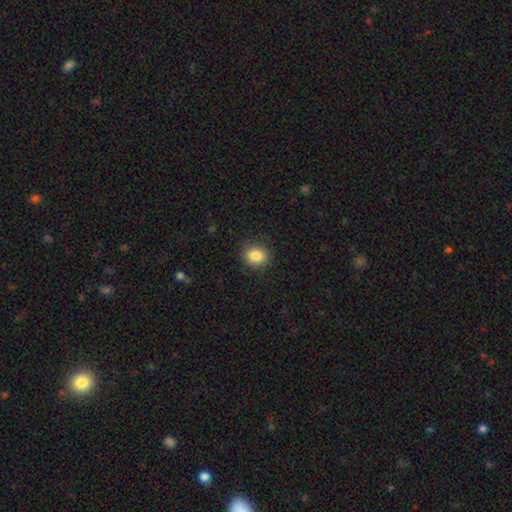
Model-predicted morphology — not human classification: Smooth or featured?
  - smooth: 84% *
  - star or artifact: 10%
  - featured or disk: 6%
How rounded?
  - round: 65% *
  - in between: 34%
  - cigar-shaped: 1%
Merging?
  - none: 88% *
  - minor disturbance: 9%
  - major disturbance: 2%
  - merger: 1%